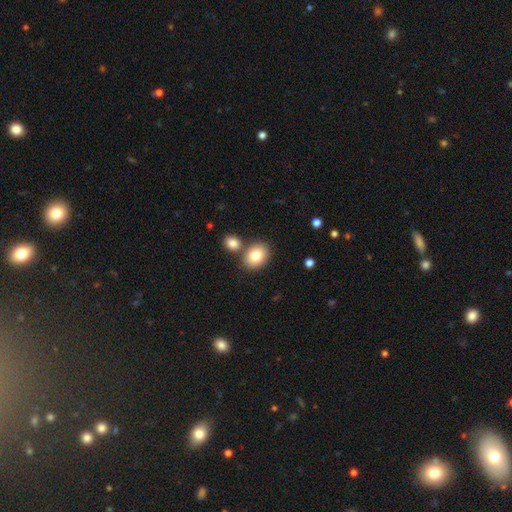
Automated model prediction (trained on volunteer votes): smooth_or_featured: smooth (p=0.81) [alt: featured or disk p=0.11]
how_rounded: in between (p=0.62) [alt: round p=0.38]
merging: none (p=0.69) [alt: merger p=0.19]